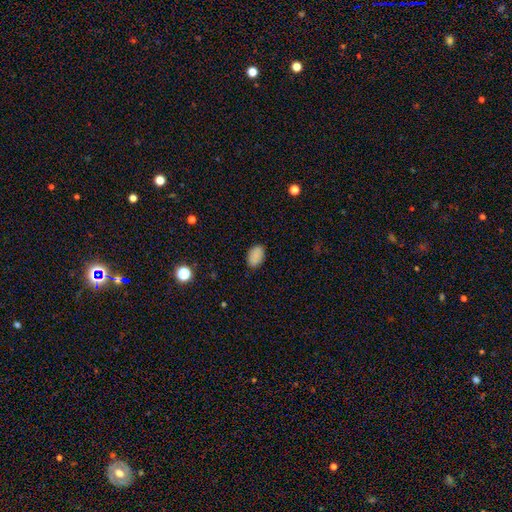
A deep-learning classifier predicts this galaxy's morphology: Q: Smooth or featured?
A: smooth (86%); runner-up: star or artifact (9%)
Q: How rounded?
A: in between (90%); runner-up: round (9%)
Q: Merging?
A: none (86%); runner-up: minor disturbance (10%)